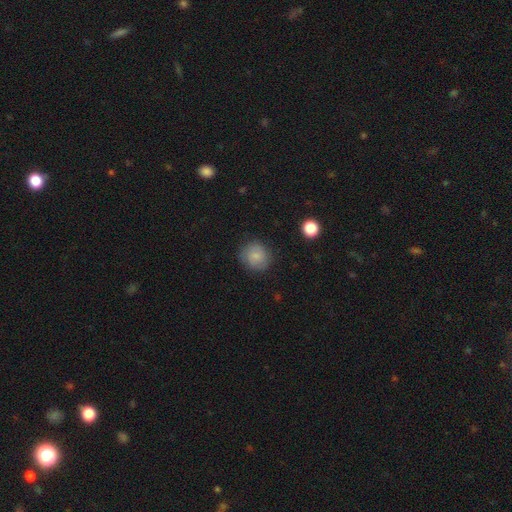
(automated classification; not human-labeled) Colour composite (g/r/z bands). It shows a smooth galaxy with no disk features (76%) that is round (86%). Merging: none (82%).